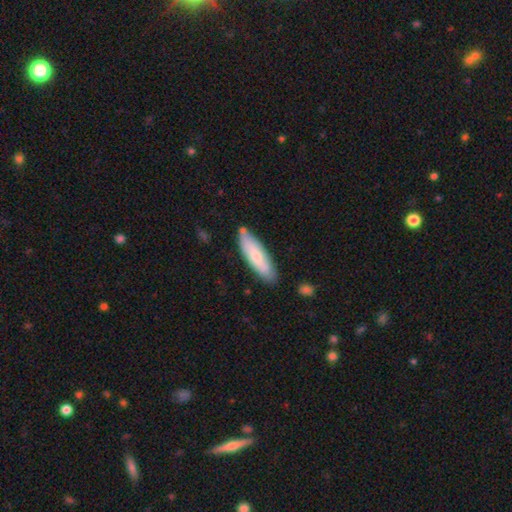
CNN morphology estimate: Smooth or featured? Predicted: smooth (p=0.70). How rounded? Predicted: cigar-shaped (p=0.60). Merging? Predicted: none (p=0.81).